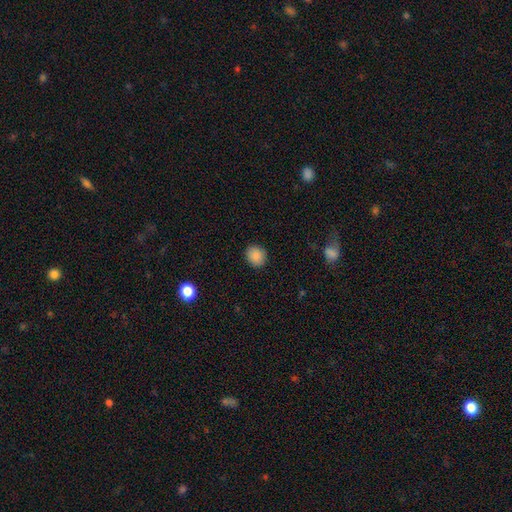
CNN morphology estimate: Smooth or featured?
  - smooth: 87% *
  - star or artifact: 9%
  - featured or disk: 4%
How rounded?
  - round: 81% *
  - in between: 18%
  - cigar-shaped: 1%
Merging?
  - none: 91% *
  - minor disturbance: 7%
  - major disturbance: 2%
  - merger: 1%